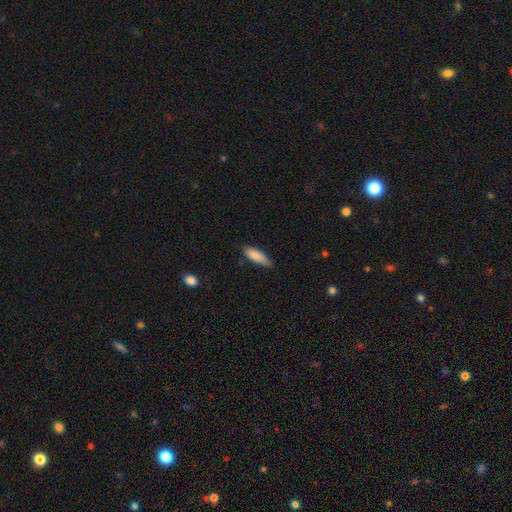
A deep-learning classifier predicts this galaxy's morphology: Q: Smooth or featured?
A: smooth (85%); runner-up: featured or disk (8%)
Q: How rounded?
A: in between (54%); runner-up: cigar-shaped (44%)
Q: Merging?
A: none (70%); runner-up: minor disturbance (25%)